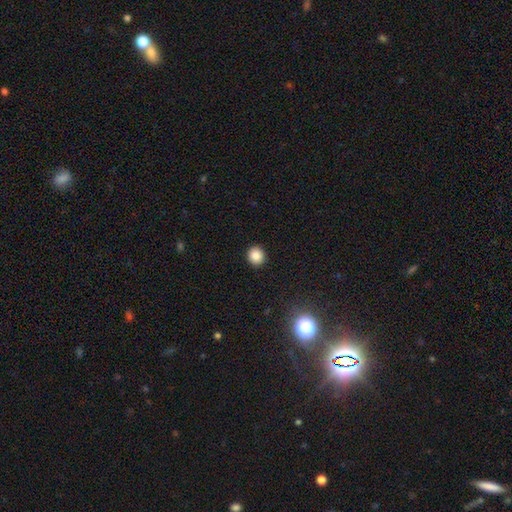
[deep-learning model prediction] Smooth or featured: smooth — 86% (star or artifact — 10%)
How rounded: round — 85% (in between — 14%)
Merging: none — 92% (minor disturbance — 5%)